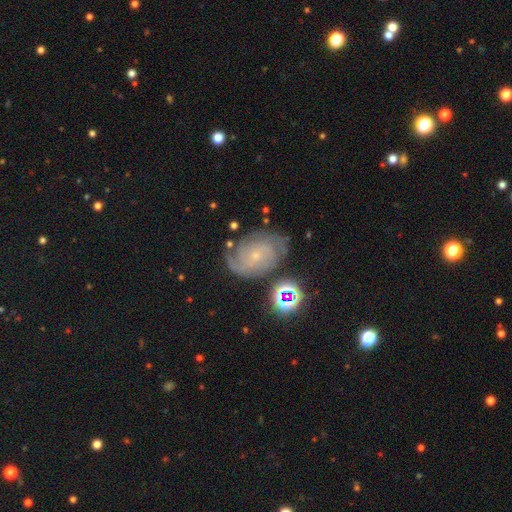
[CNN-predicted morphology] smooth_or_featured: featured or disk (p=0.78) [alt: star or artifact p=0.13]
disk_edge_on: no (p=0.97) [alt: yes p=0.03]
bar: no (p=0.71) [alt: weak p=0.23]
has_spiral_arms: yes (p=0.96) [alt: no p=0.04]
spiral_winding: tight (p=0.70) [alt: medium p=0.25]
spiral_arm_count: 2 (p=0.30) [alt: can't tell p=0.26]
bulge_size: small (p=0.81) [alt: moderate p=0.14]
merging: none (p=0.74) [alt: minor disturbance p=0.16]